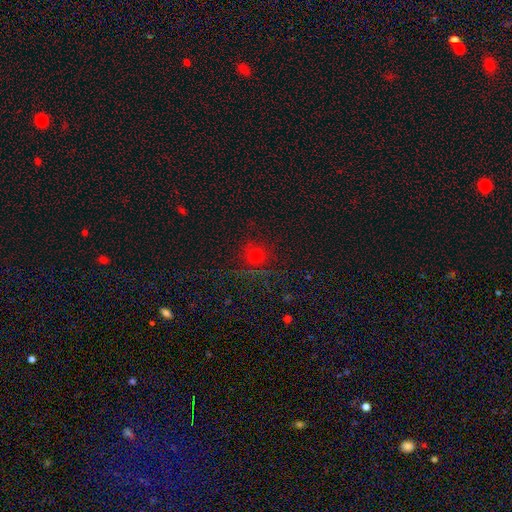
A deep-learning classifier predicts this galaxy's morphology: This appears to be a smooth galaxy with no disk features (63%) that is round (93%). Merging: none (82%).